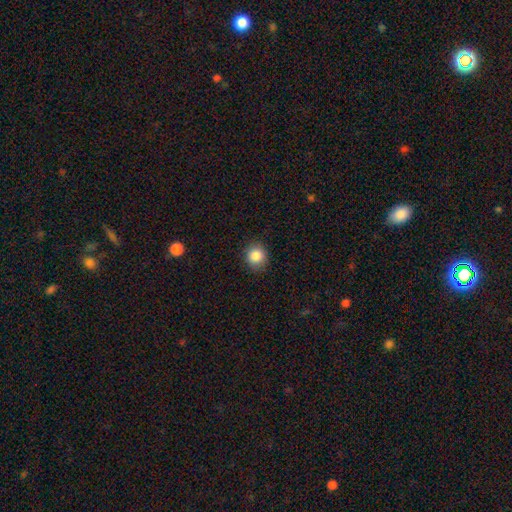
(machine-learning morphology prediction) Smooth or featured?
  - smooth: 86% *
  - star or artifact: 10%
  - featured or disk: 5%
How rounded?
  - round: 84% *
  - in between: 15%
  - cigar-shaped: 1%
Merging?
  - none: 87% *
  - minor disturbance: 9%
  - major disturbance: 2%
  - merger: 1%